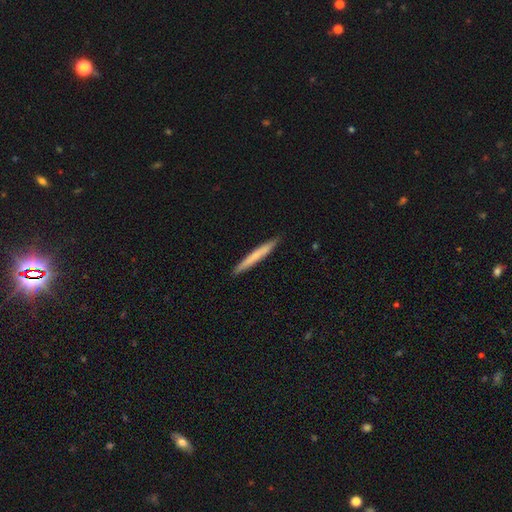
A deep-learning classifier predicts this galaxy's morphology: This is likely a smooth galaxy (66%). How rounded: clearly cigar-shaped (97%). Merging: clearly none (91%).